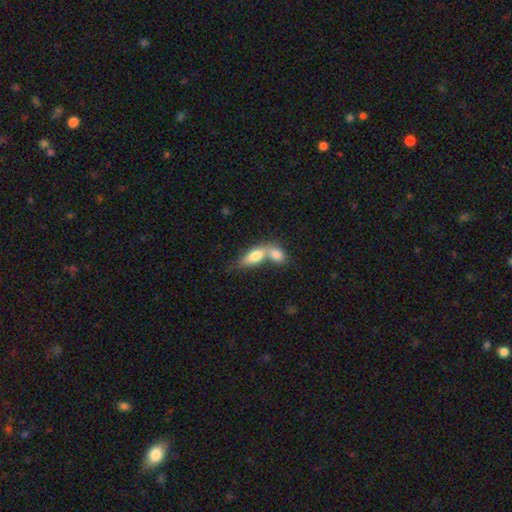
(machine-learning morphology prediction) smooth 72%, featured or disk 21%, star or artifact 6%. Down the decision tree: how rounded — in between (76%); merging — merger (70%).